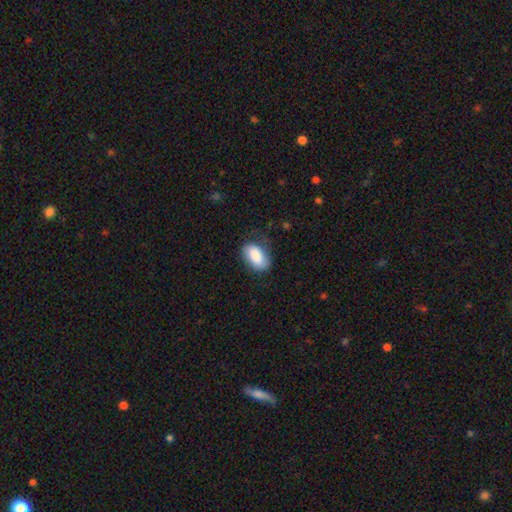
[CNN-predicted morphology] Q: Smooth or featured?
A: smooth (83%); runner-up: featured or disk (10%)
Q: How rounded?
A: in between (93%); runner-up: round (5%)
Q: Merging?
A: none (65%); runner-up: minor disturbance (25%)